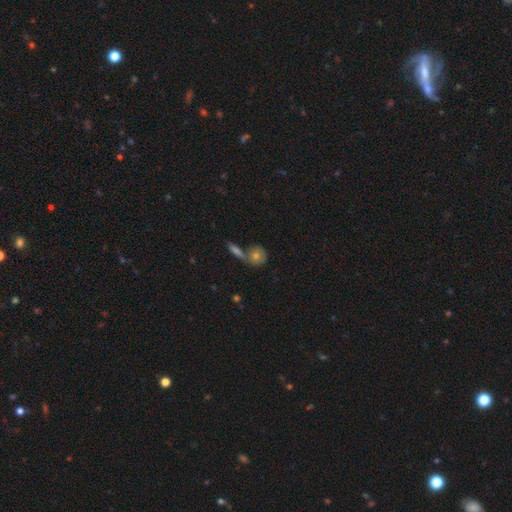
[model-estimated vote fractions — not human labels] smooth 56%, featured or disk 30%, star or artifact 14%. Down the decision tree: how rounded — round (76%); merging — none (57%).